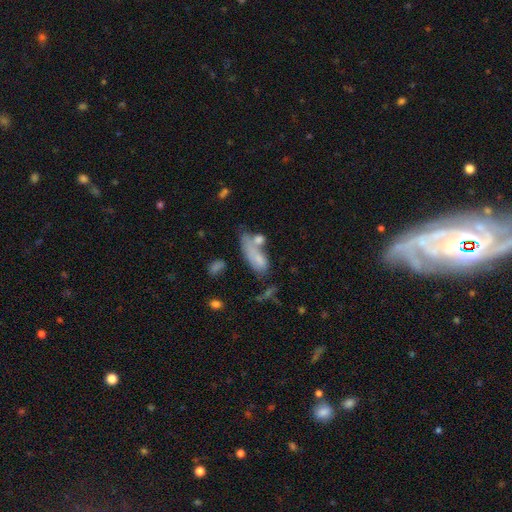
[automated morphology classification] type=smooth (66%); roundness=in between (71%); merging=none (34%).